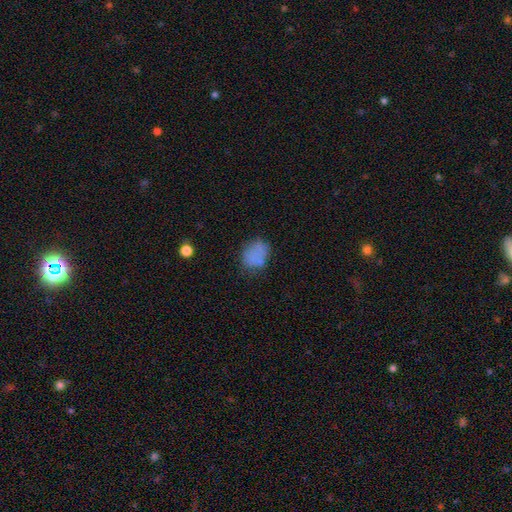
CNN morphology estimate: Smooth or featured: smooth — 75% (featured or disk — 13%)
How rounded: in between — 56% (round — 42%)
Merging: none — 61% (minor disturbance — 23%)